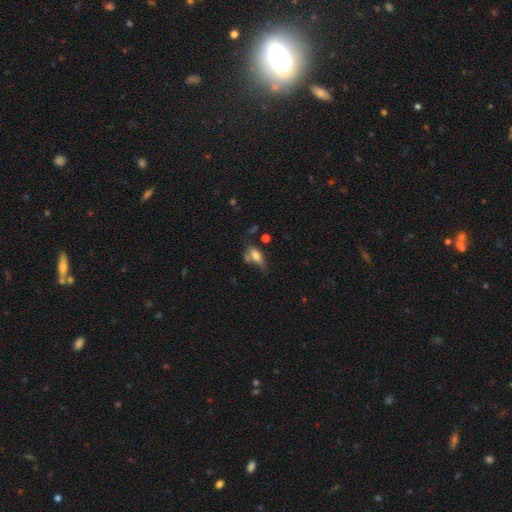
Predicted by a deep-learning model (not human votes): Q: Smooth or featured?
A: smooth (66%); runner-up: featured or disk (23%)
Q: How rounded?
A: in between (75%); runner-up: cigar-shaped (19%)
Q: Merging?
A: none (34%); runner-up: minor disturbance (26%)